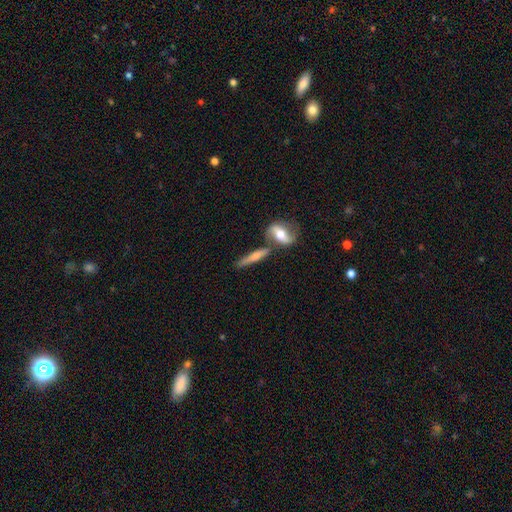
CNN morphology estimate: Overall: featured or disk (44%; smooth 43%). Merging: none (51%; merger 33%).